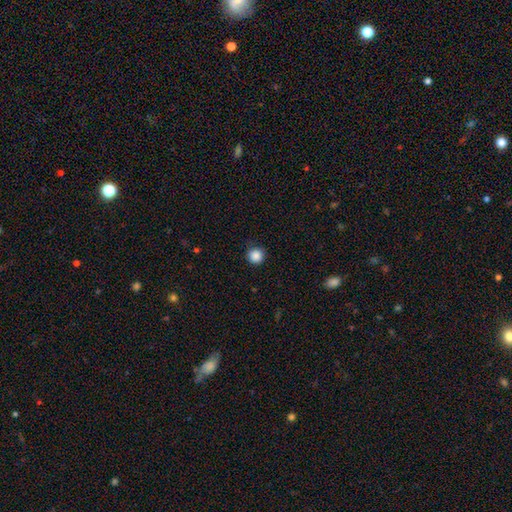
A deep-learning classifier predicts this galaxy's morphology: The model was most divided on "smooth or featured": smooth: 87%, star or artifact: 10%, featured or disk: 3%. More confident: how rounded — round (95%); merging — none (87%).